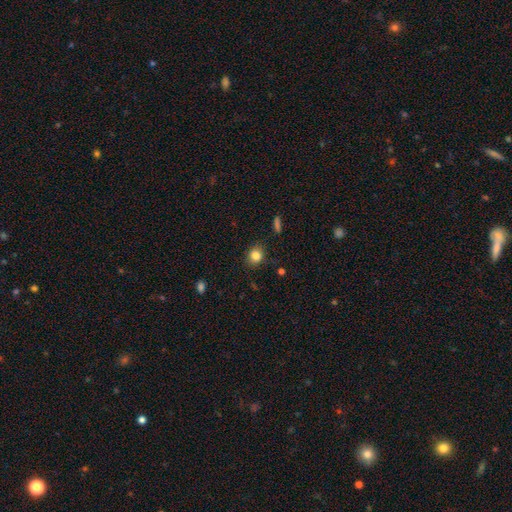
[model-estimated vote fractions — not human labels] smooth_or_featured: smooth (p=0.83) [alt: star or artifact p=0.11]
how_rounded: round (p=0.70) [alt: in between p=0.28]
merging: none (p=0.85) [alt: minor disturbance p=0.11]